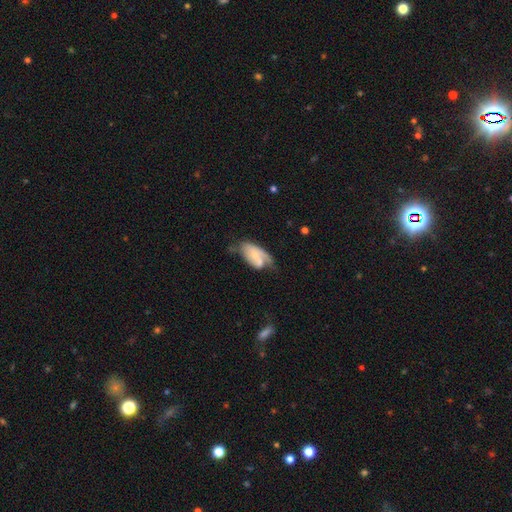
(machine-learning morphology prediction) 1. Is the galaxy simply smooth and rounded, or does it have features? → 54% featured or disk, 40% smooth, 6% star or artifact.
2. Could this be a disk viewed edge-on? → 94% no, 6% yes.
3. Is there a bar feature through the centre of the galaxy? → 61% no, 29% weak, 10% strong.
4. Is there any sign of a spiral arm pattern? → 74% yes, 26% no.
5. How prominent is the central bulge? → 58% small, 26% moderate, 12% none, 3% large, 1% dominant.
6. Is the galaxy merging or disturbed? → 34% none, 29% minor disturbance, 24% major disturbance, 14% merger.